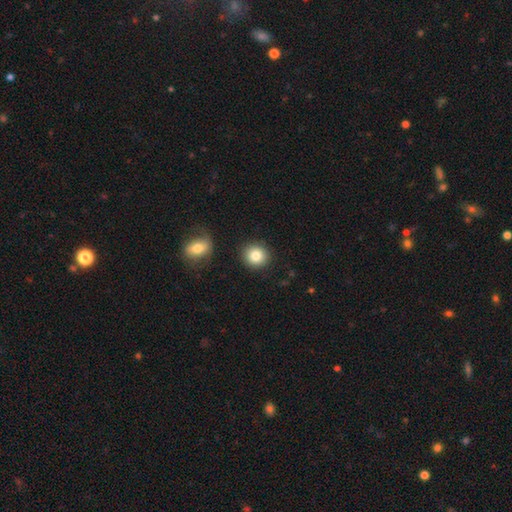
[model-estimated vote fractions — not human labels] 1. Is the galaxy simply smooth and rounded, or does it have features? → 83% smooth, 9% star or artifact, 8% featured or disk.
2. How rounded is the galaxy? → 87% round, 12% in between, 1% cigar-shaped.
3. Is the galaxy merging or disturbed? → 88% none, 7% minor disturbance, 3% merger, 2% major disturbance.